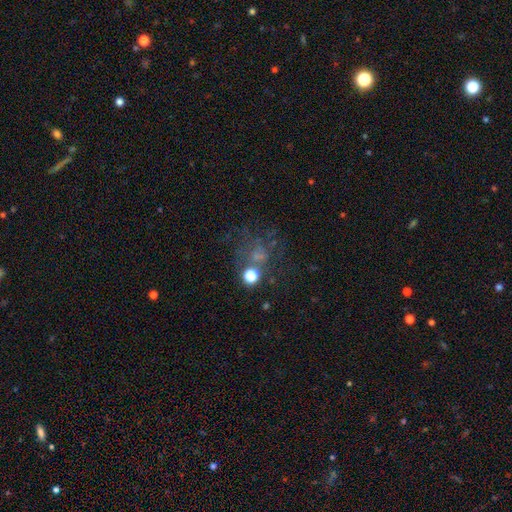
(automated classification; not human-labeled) The model was most divided on "smooth or featured" (2-way tie): star or artifact: 34%, featured or disk: 34%, smooth: 31%.